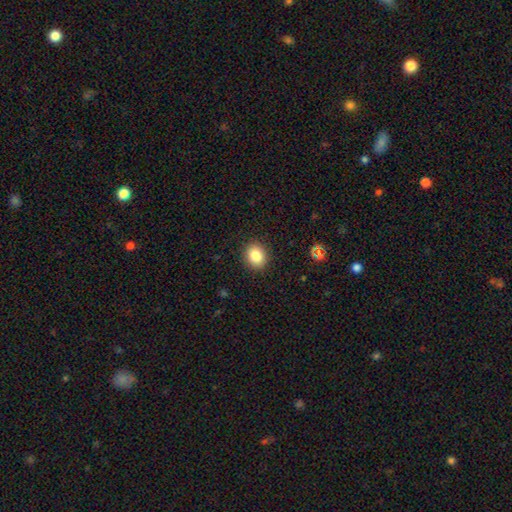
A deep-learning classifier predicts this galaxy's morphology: Q: Smooth or featured?
A: smooth (84%); runner-up: star or artifact (11%)
Q: How rounded?
A: round (68%); runner-up: in between (31%)
Q: Merging?
A: none (90%); runner-up: minor disturbance (7%)